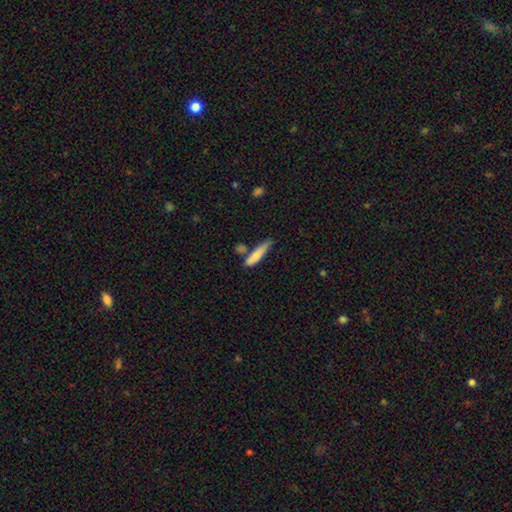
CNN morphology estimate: Smooth or featured? smooth (78%)
How rounded? cigar-shaped (81%)
Merging? none (55%)